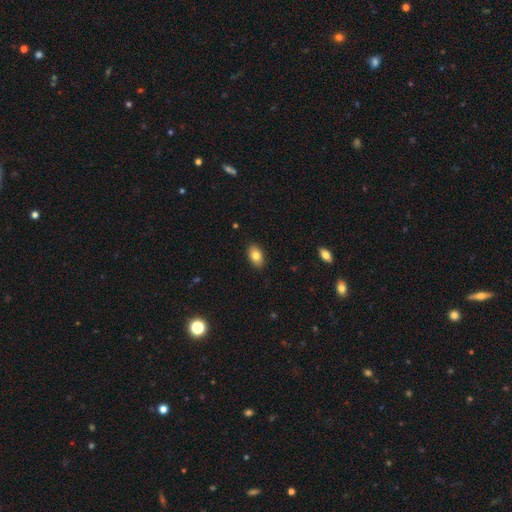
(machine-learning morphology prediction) type=smooth (81%); roundness=in between (88%); merging=none (89%).